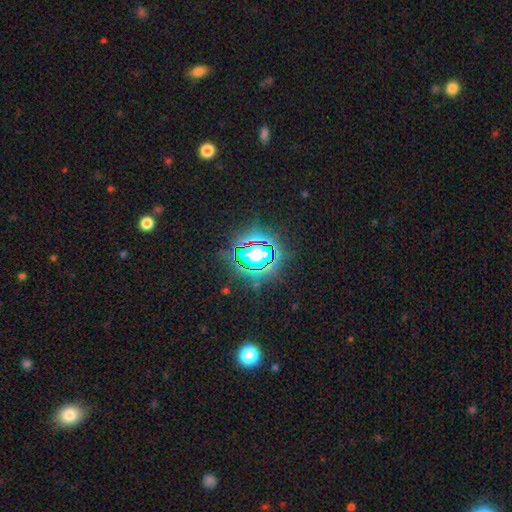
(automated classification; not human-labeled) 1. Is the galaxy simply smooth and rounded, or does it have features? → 72% star or artifact, 18% smooth, 11% featured or disk.